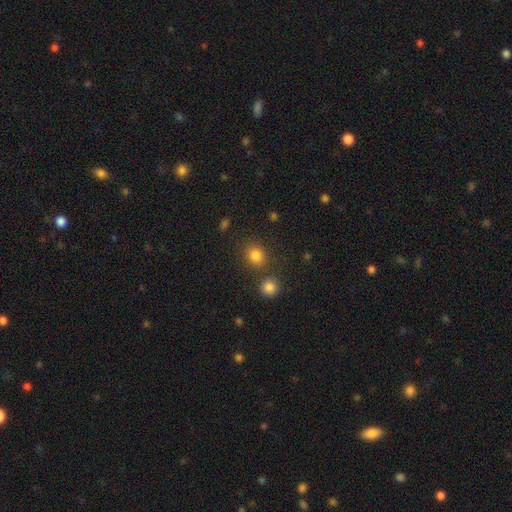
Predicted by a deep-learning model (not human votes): smooth_or_featured: smooth (p=0.82) [alt: star or artifact p=0.13]
how_rounded: round (p=0.70) [alt: in between p=0.29]
merging: none (p=0.74) [alt: merger p=0.12]